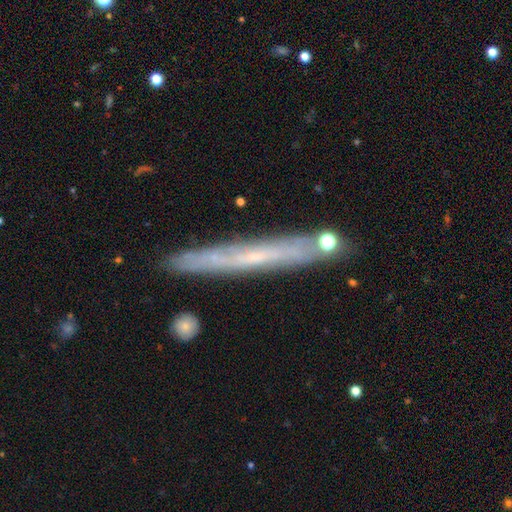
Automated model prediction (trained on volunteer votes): Smooth or featured: featured or disk — 61% (smooth — 30%)
Edge-on disk: yes — 90% (no — 10%)
Edge-on bulge: none — 72% (rounded — 25%)
Merging: none — 85% (minor disturbance — 10%)